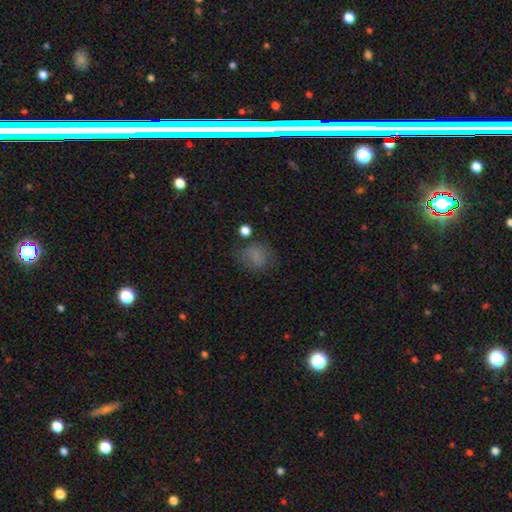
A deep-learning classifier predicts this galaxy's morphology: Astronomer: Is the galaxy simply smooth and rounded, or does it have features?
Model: smooth — 71%.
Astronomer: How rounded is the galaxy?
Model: round — 55% (runner-up: in between, 43%).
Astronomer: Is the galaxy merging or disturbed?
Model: none — 61%.